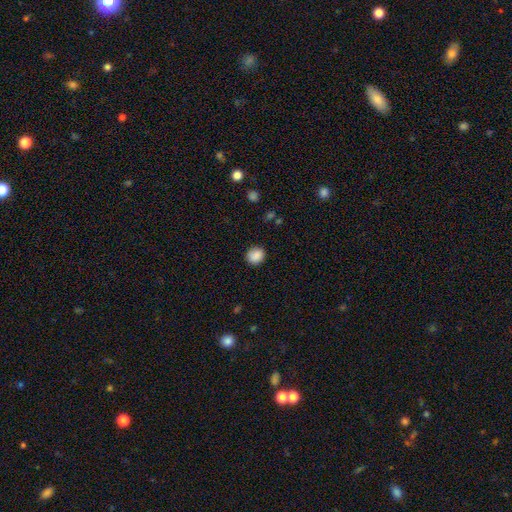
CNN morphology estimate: A smooth galaxy with no disk features (88%) that is round (77%).

Vote fractions:
- Smooth or featured? smooth: 88% / star or artifact: 9% / featured or disk: 3%
- How rounded? round: 77% / in between: 22% / cigar-shaped: 1%
- Merging? none: 87% / minor disturbance: 9% / major disturbance: 2% / merger: 1%